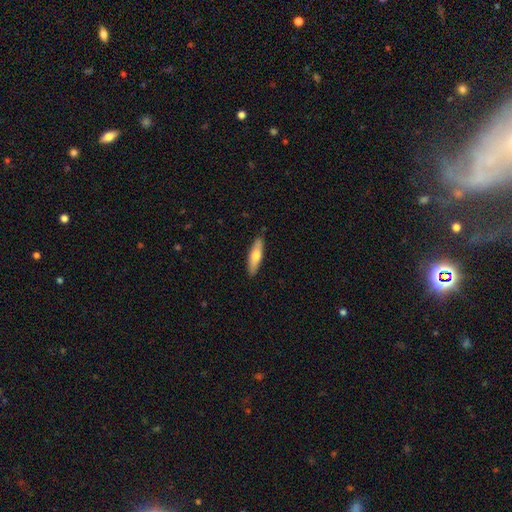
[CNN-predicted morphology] smooth 65%, featured or disk 30%, star or artifact 5%. Down the decision tree: how rounded — cigar-shaped (64%); merging — none (88%).